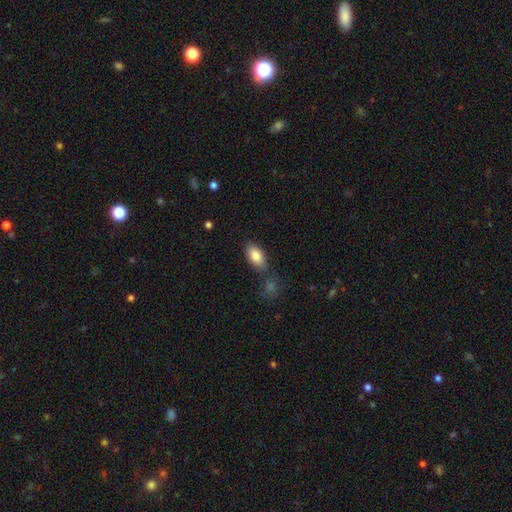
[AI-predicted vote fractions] A smooth galaxy with no disk features (84%) that is in between round and cigar-shaped (92%).

Vote fractions:
- Smooth or featured? smooth: 84% / featured or disk: 9% / star or artifact: 7%
- How rounded? in between: 92% / round: 5% / cigar-shaped: 4%
- Merging? none: 71% / minor disturbance: 14% / merger: 11% / major disturbance: 4%